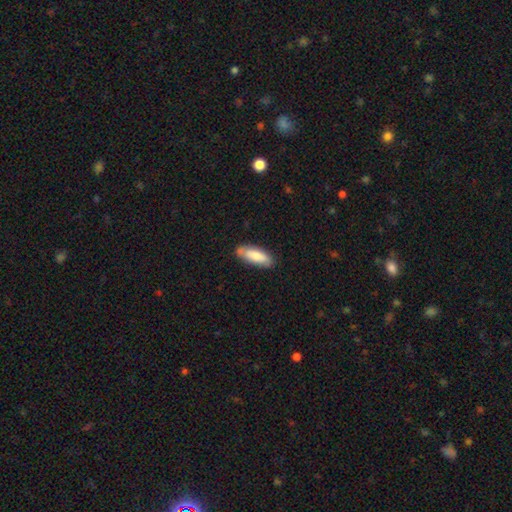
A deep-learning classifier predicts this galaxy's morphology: This appears to be a smooth galaxy with no disk features (77%) that is in between round and cigar-shaped (66%). Merging: none (77%).